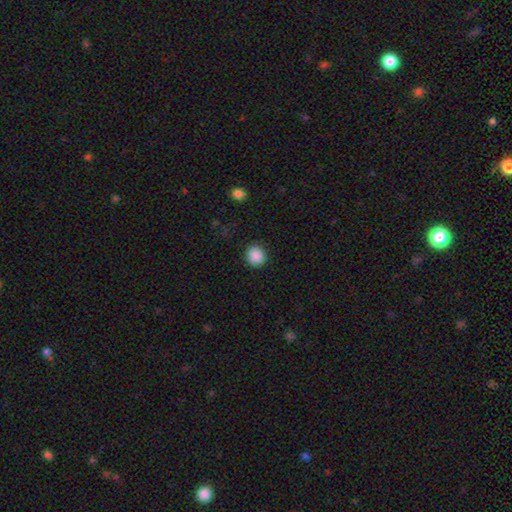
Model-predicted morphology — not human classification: A smooth galaxy with no disk features (89%) that is round (85%). Merging: none (90%).